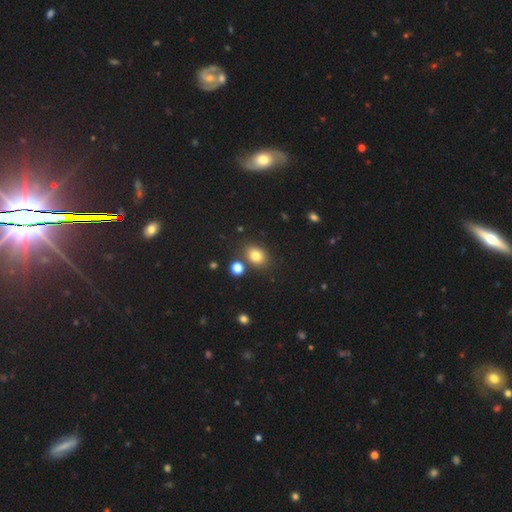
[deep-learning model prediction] smooth-or-featured: smooth: 79% | star or artifact: 13% | featured or disk: 8%
  how-rounded: in between: 56% | round: 43% | cigar-shaped: 1%
  merging: none: 78% | minor disturbance: 10% | merger: 9% | major disturbance: 3%